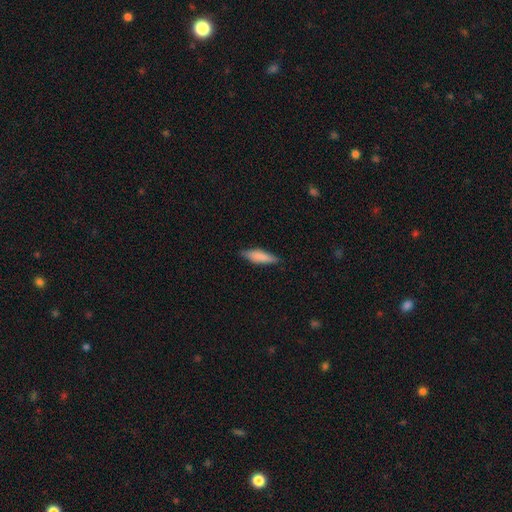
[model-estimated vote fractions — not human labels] Smooth or featured: smooth — 81% (featured or disk — 13%)
How rounded: cigar-shaped — 62% (in between — 36%)
Merging: none — 84% (minor disturbance — 13%)